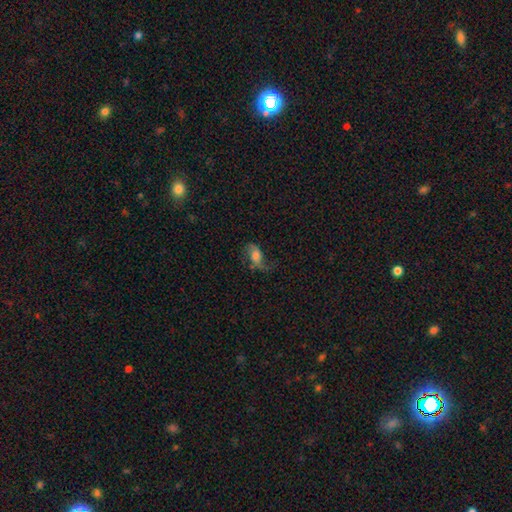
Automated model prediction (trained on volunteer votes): Morphology: type=featured or disk (55%); edge-on=no (94%); bar=no (60%); spiral arms=yes (89%); bulge=moderate (38%); merging=none (55%).